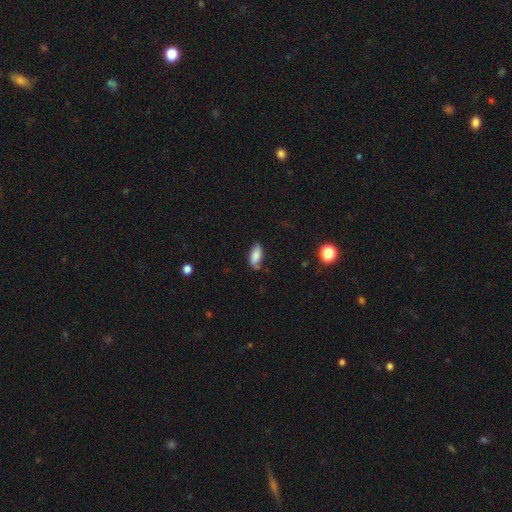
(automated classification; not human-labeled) smooth-or-featured: smooth: 81% | featured or disk: 12% | star or artifact: 8%
  how-rounded: in between: 87% | cigar-shaped: 10% | round: 3%
  merging: none: 64% | minor disturbance: 27% | major disturbance: 6% | merger: 4%